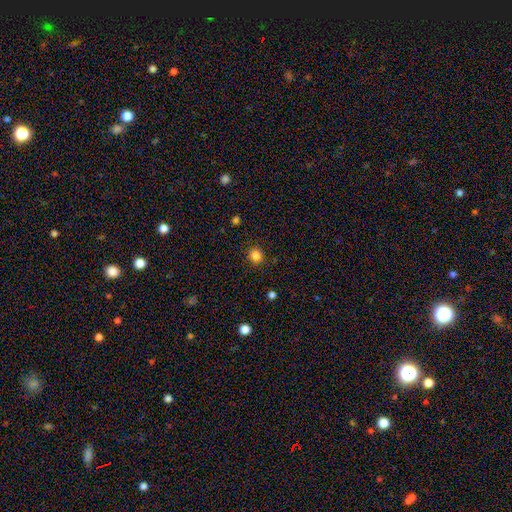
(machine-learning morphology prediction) Smooth or featured? smooth (84%)
How rounded? round (91%)
Merging? none (90%)